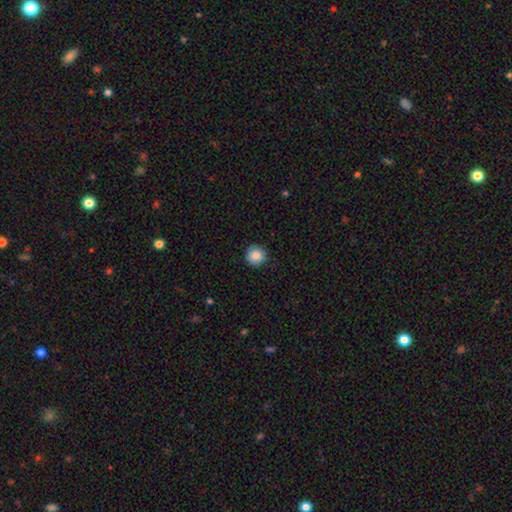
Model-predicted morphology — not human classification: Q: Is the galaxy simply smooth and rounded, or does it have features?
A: smooth — 87%.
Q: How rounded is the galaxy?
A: round — 93%.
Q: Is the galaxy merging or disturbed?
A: none — 88%.